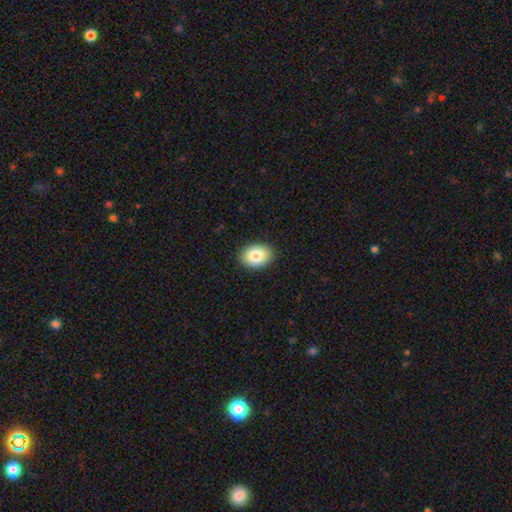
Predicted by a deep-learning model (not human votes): Smooth or featured?
  - smooth: 84% *
  - featured or disk: 8%
  - star or artifact: 8%
How rounded?
  - in between: 68% *
  - round: 31%
  - cigar-shaped: 1%
Merging?
  - none: 90% *
  - minor disturbance: 8%
  - major disturbance: 2%
  - merger: 1%